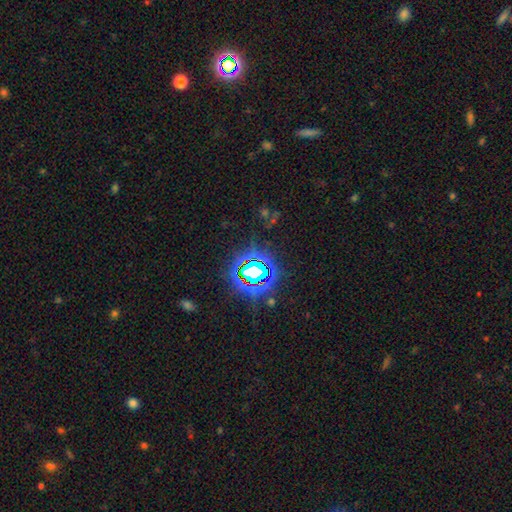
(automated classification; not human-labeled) A star or artifact, not a galaxy (80%).

Vote fractions:
- Smooth or featured? star or artifact: 80% / smooth: 13% / featured or disk: 7%